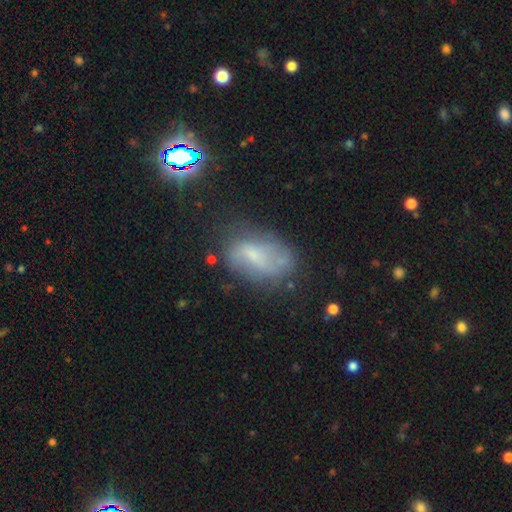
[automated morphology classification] This appears to be a smooth galaxy with no disk features (46%). Merging: none (50%).